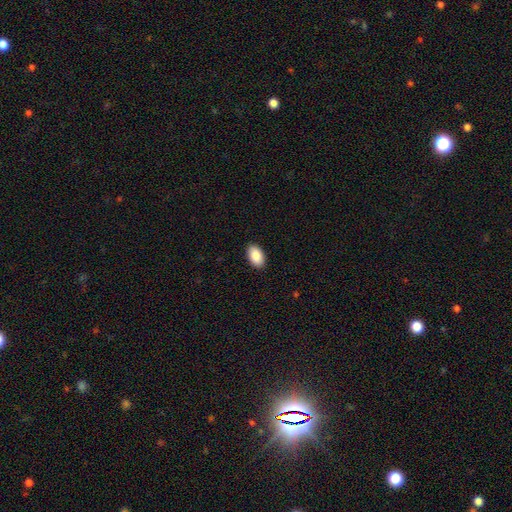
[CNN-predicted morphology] Q: Smooth or featured?
A: smooth (88%); runner-up: star or artifact (7%)
Q: How rounded?
A: in between (94%); runner-up: round (5%)
Q: Merging?
A: none (90%); runner-up: minor disturbance (8%)